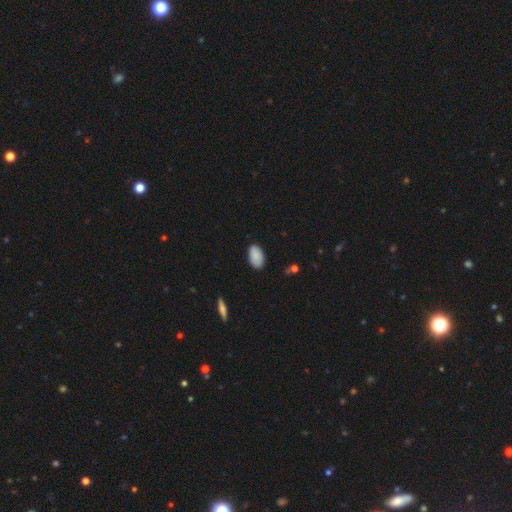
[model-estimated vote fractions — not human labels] smooth-or-featured: smooth: 88% | star or artifact: 7% | featured or disk: 5%
  how-rounded: in between: 94% | round: 5% | cigar-shaped: 2%
  merging: none: 84% | minor disturbance: 13% | major disturbance: 2% | merger: 1%